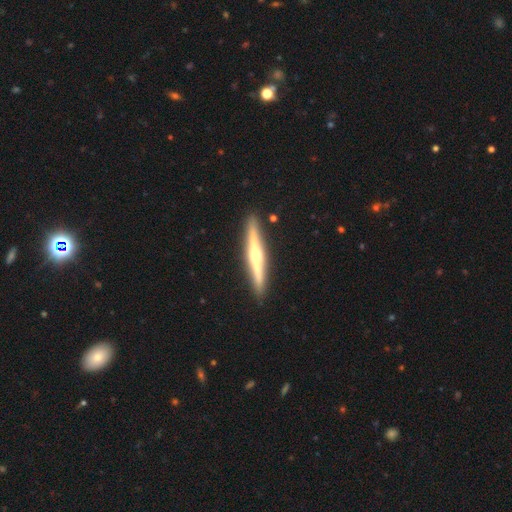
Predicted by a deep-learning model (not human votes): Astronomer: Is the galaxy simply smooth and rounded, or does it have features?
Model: featured or disk — 75%.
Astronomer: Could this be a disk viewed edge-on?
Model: yes — 98%.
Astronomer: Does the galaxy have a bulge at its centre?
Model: rounded — 90%.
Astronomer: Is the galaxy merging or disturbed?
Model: none — 91%.